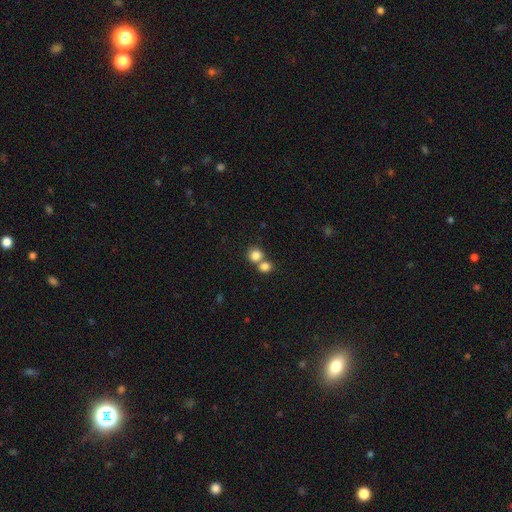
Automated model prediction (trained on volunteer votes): smooth_or_featured: smooth (p=0.82) [alt: star or artifact p=0.10]
how_rounded: round (p=0.81) [alt: in between p=0.18]
merging: merger (p=0.48) [alt: none p=0.43]